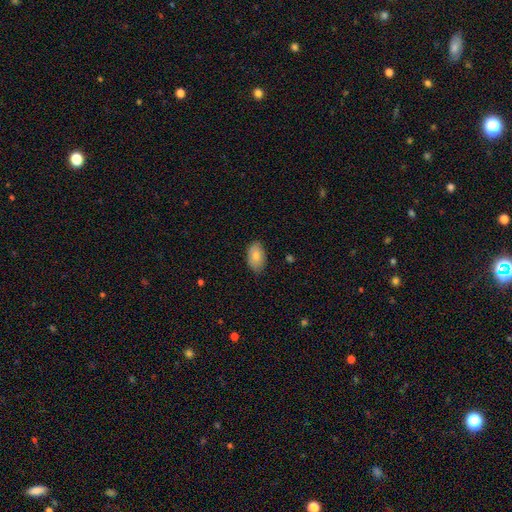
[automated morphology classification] Smooth or featured: smooth — 79% (featured or disk — 14%)
How rounded: in between — 92% (round — 7%)
Merging: none — 79% (minor disturbance — 17%)